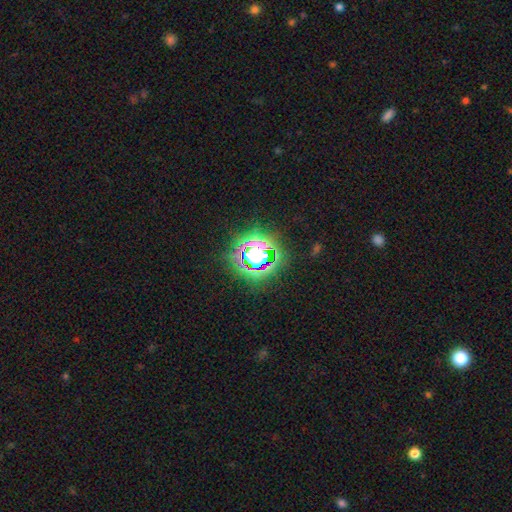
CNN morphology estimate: star or artifact 63%, smooth 24%, featured or disk 13%.